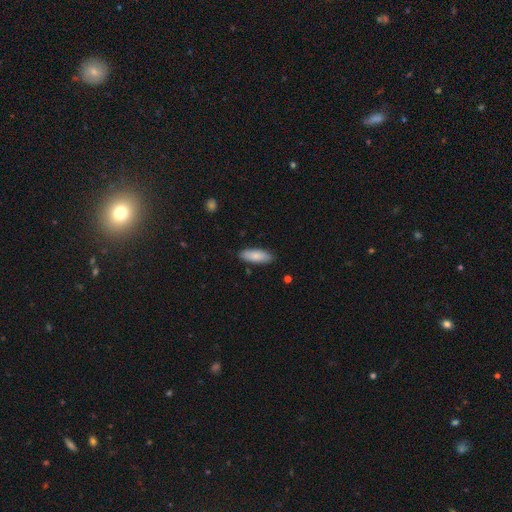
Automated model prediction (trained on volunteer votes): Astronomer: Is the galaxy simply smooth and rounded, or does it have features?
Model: smooth — 83%.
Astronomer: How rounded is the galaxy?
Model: in between — 68%.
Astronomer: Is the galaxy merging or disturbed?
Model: none — 86%.